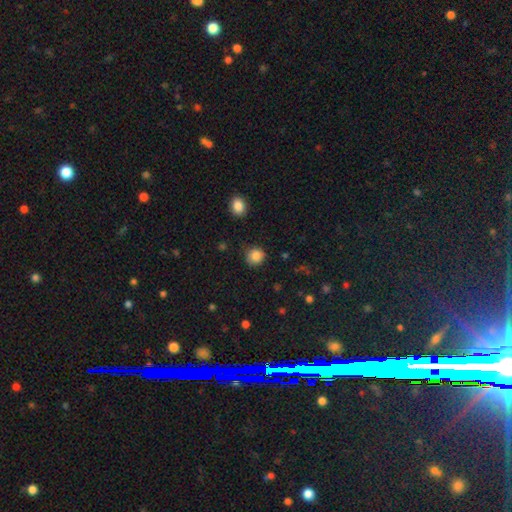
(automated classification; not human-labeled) Smooth or featured?
  - smooth: 85% *
  - star or artifact: 10%
  - featured or disk: 5%
How rounded?
  - round: 88% *
  - in between: 11%
  - cigar-shaped: 1%
Merging?
  - none: 82% *
  - minor disturbance: 13%
  - major disturbance: 3%
  - merger: 2%